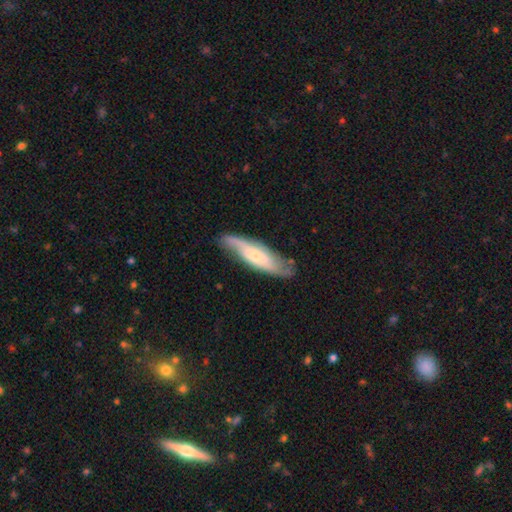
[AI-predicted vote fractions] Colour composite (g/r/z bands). It shows a featured or disk galaxy (62%). Merging: none (74%).